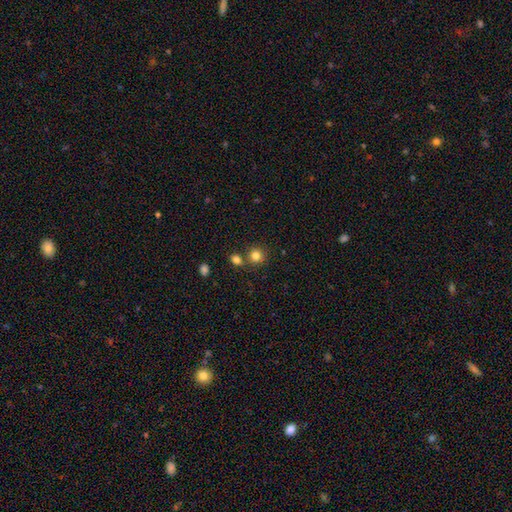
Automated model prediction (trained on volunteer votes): Smooth or featured? smooth (81%)
How rounded? round (89%)
Merging? none (71%)